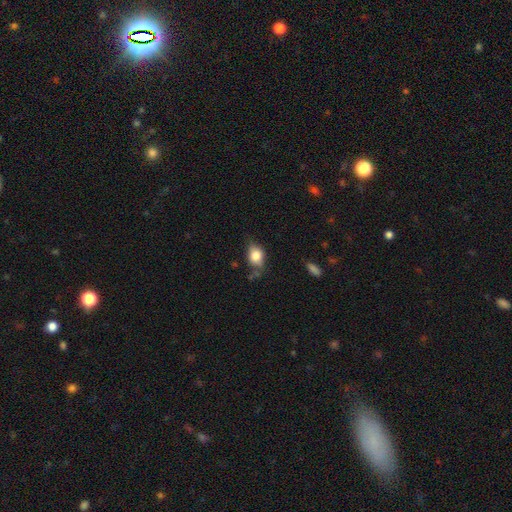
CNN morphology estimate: A smooth galaxy with no disk features (73%) that is in between round and cigar-shaped (64%). Merging: none (51%).